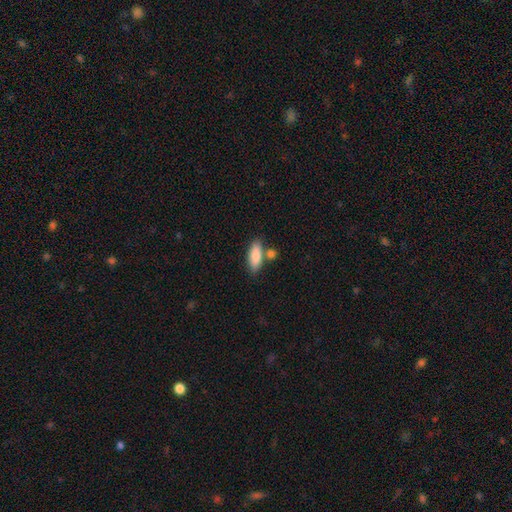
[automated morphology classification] A smooth galaxy with no disk features (86%) that is in between round and cigar-shaped (75%). Merging: none (65%).